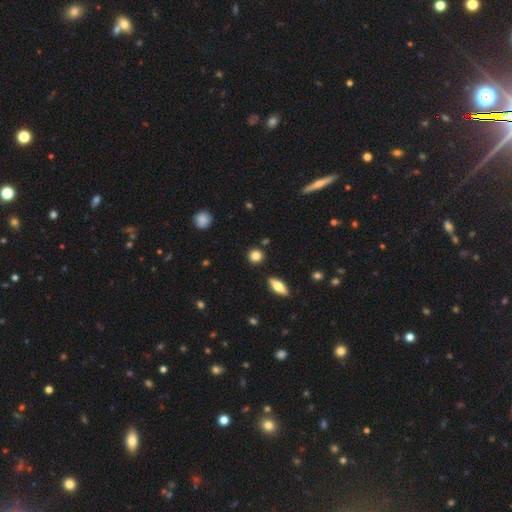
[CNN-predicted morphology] The model was most divided on "smooth or featured": smooth: 84%, star or artifact: 10%, featured or disk: 7%. More confident: how rounded — round (89%); merging — none (88%).